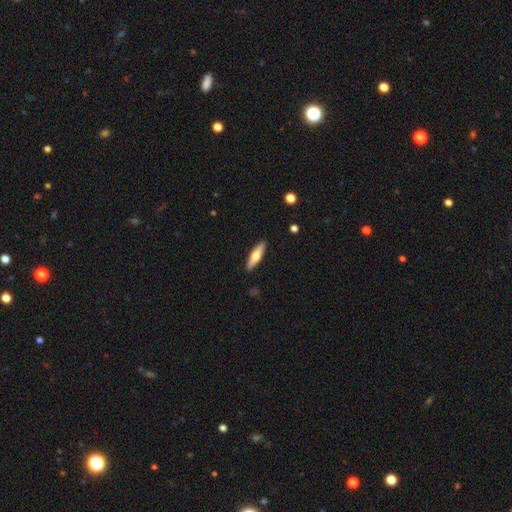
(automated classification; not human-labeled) A smooth galaxy with no disk features (55%) that is cigar-shaped (68%).

Vote fractions:
- Smooth or featured? smooth: 55% / featured or disk: 39% / star or artifact: 5%
- How rounded? cigar-shaped: 68% / in between: 30% / round: 2%
- Merging? none: 90% / minor disturbance: 7% / major disturbance: 2% / merger: 1%